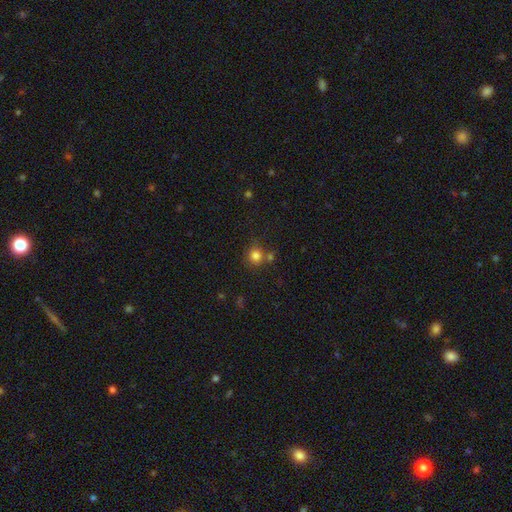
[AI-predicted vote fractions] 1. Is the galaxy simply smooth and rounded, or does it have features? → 81% smooth, 13% star or artifact, 6% featured or disk.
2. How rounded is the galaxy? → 89% round, 10% in between, 1% cigar-shaped.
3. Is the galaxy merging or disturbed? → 68% none, 17% merger, 11% minor disturbance, 4% major disturbance.